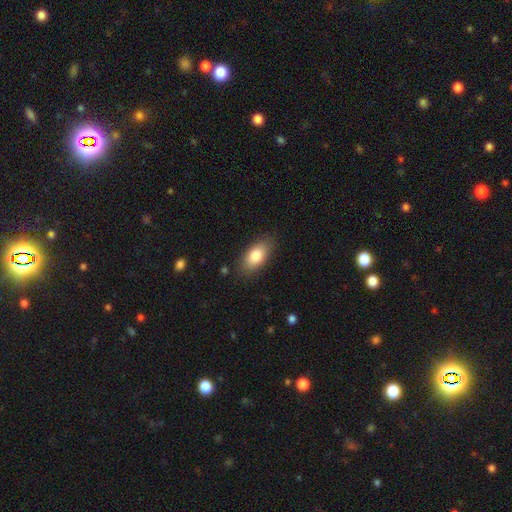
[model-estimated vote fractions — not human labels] A smooth galaxy with no disk features (81%) that is in between round and cigar-shaped (91%). Merging: none (84%).